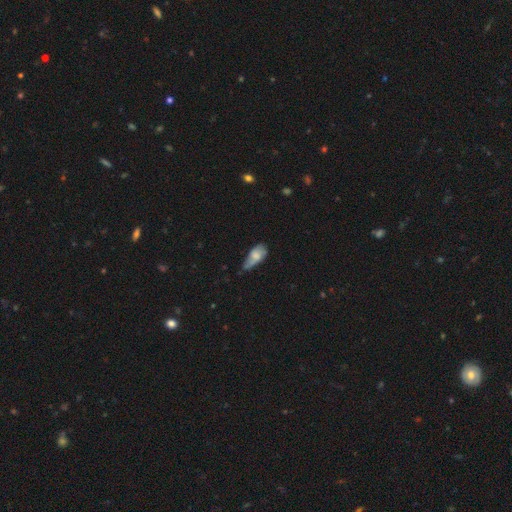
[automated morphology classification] Smooth or featured: smooth — 67% (featured or disk — 25%)
How rounded: in between — 86% (cigar-shaped — 10%)
Merging: minor disturbance — 46% (none — 26%)